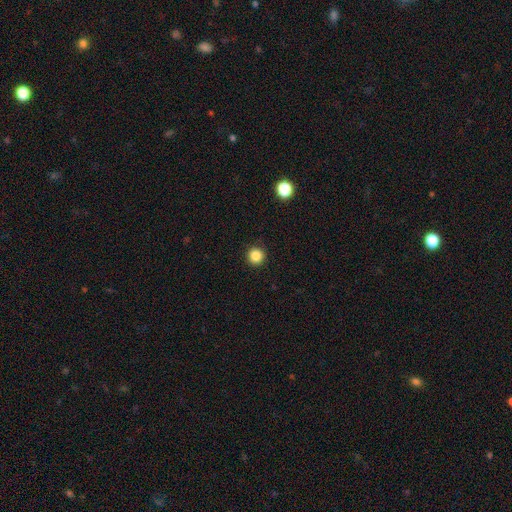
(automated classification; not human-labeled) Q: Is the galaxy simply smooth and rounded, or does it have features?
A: smooth — 85%.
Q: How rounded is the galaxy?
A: round — 95%.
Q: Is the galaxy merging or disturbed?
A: none — 92%.